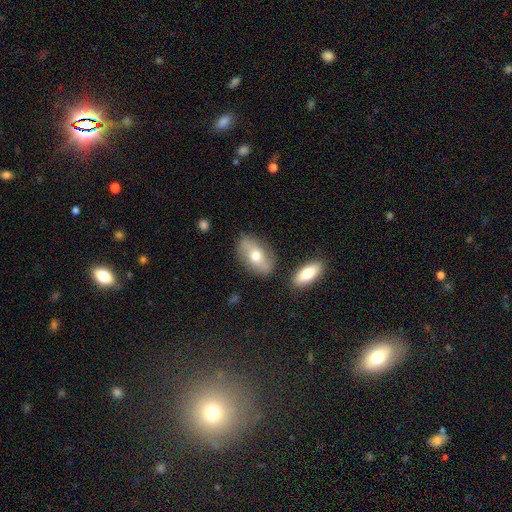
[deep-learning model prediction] smooth_or_featured: smooth (p=0.57) [alt: featured or disk p=0.36]
how_rounded: in between (p=0.89) [alt: round p=0.07]
merging: none (p=0.79) [alt: minor disturbance p=0.13]